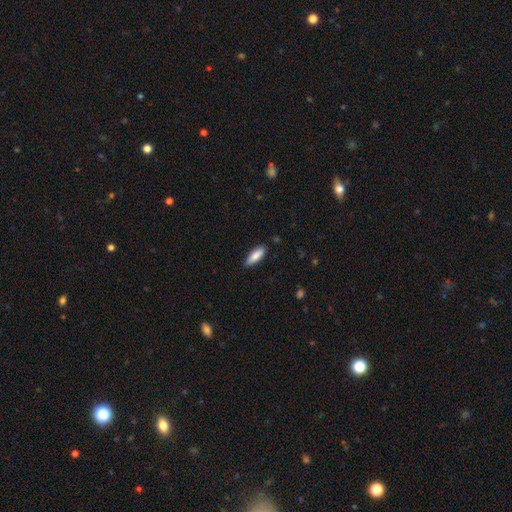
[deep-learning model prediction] smooth-or-featured: smooth: 83% | featured or disk: 11% | star or artifact: 6%
  how-rounded: in between: 51% | cigar-shaped: 47% | round: 2%
  merging: none: 86% | minor disturbance: 11% | major disturbance: 2% | merger: 1%